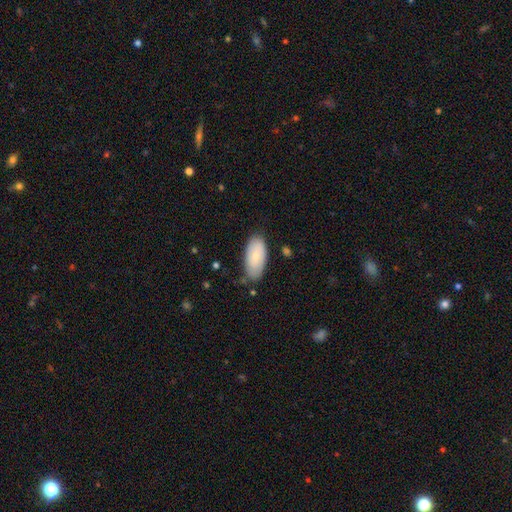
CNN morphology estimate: Overall: smooth (72%). How rounded: in between (92%). Merging: none (69%).